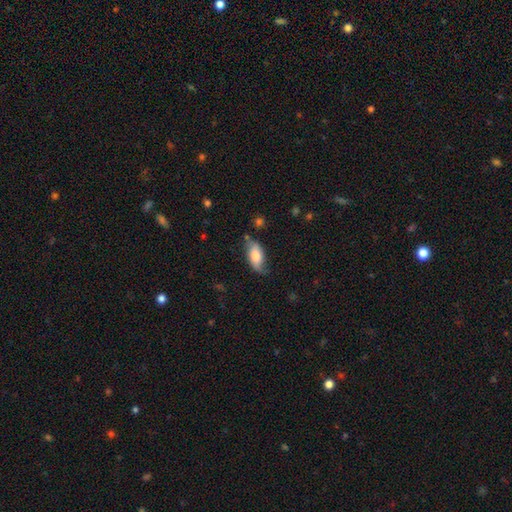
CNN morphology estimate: A smooth galaxy with no disk features (73%) that is in between round and cigar-shaped (87%). Merging: none (64%).